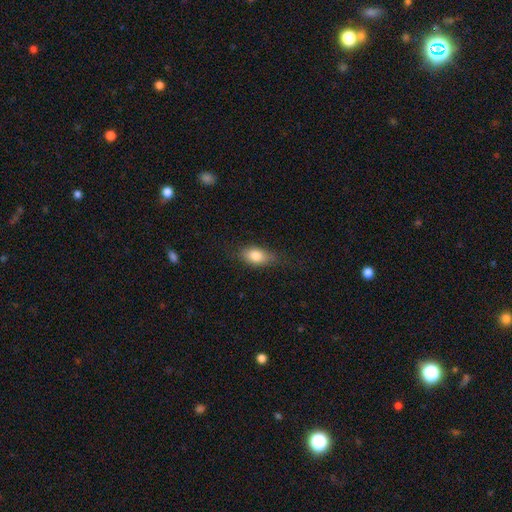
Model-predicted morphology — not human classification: Q: Smooth or featured?
A: smooth (80%); runner-up: featured or disk (12%)
Q: How rounded?
A: in between (84%); runner-up: round (10%)
Q: Merging?
A: none (69%); runner-up: minor disturbance (23%)